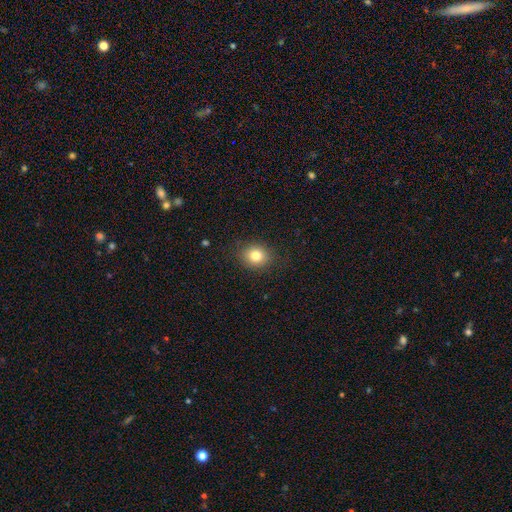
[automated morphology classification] smooth 80%, star or artifact 12%, featured or disk 8%. Down the decision tree: how rounded — round (74%); merging — none (87%).